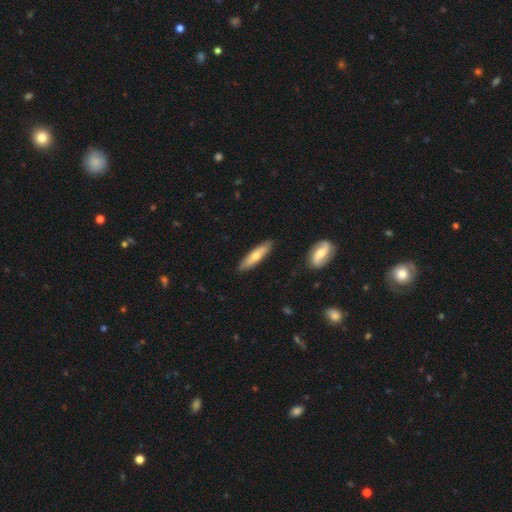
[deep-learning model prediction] smooth 61%, featured or disk 34%, star or artifact 6%. Down the decision tree: how rounded — cigar-shaped (73%); merging — none (87%).